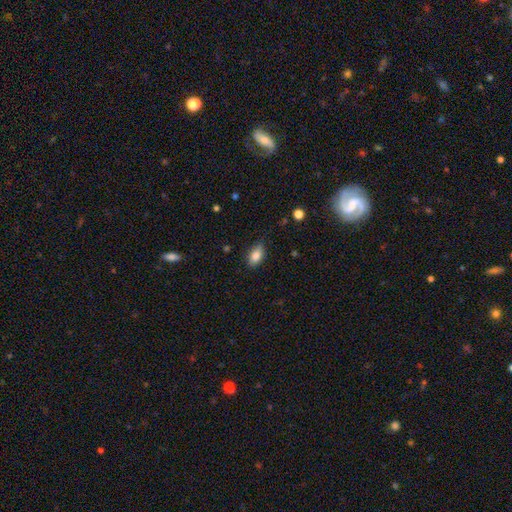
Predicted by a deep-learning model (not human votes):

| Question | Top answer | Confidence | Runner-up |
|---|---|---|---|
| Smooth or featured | smooth | 84% | featured or disk (8%) |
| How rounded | in between | 88% | round (8%) |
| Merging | none | 73% | minor disturbance (22%) |